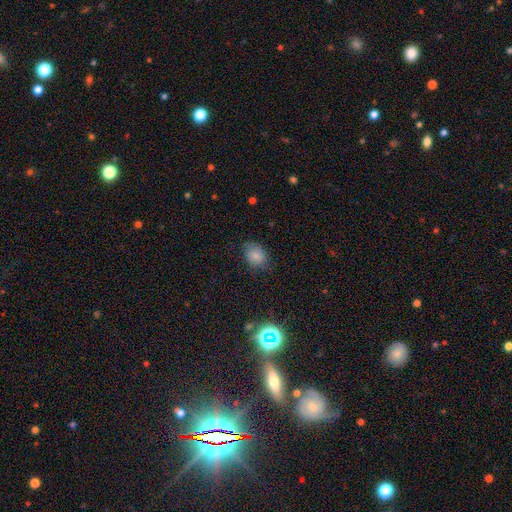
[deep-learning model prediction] Smooth or featured: smooth — 75% (featured or disk — 13%)
How rounded: in between — 64% (round — 35%)
Merging: none — 64% (minor disturbance — 26%)